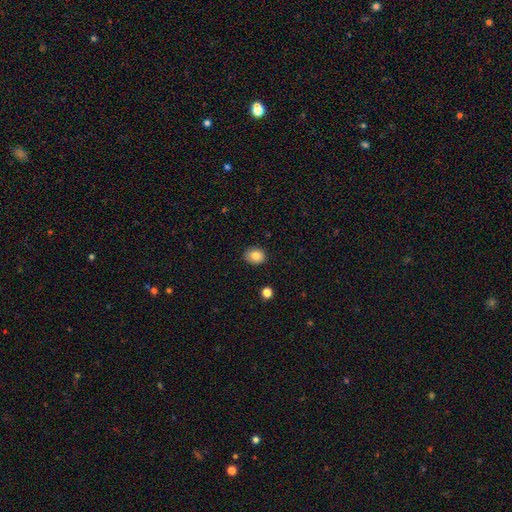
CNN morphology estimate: Smooth or featured: smooth — 84% (star or artifact — 9%)
How rounded: round — 56% (in between — 43%)
Merging: none — 87% (minor disturbance — 10%)